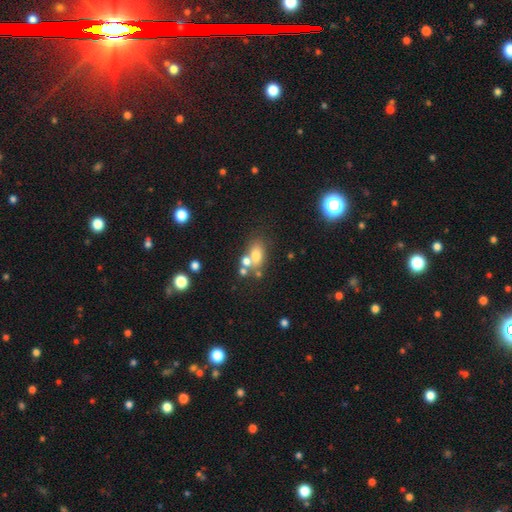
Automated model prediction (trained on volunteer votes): The model was most divided on "merging": none: 45%, merger: 36%, minor disturbance: 13%, major disturbance: 6%. More confident: how rounded — in between (74%); smooth or featured — smooth (68%).